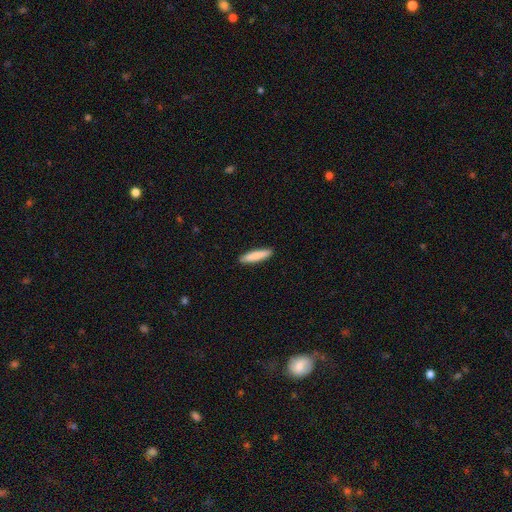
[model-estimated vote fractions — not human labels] The model was most divided on "how rounded": cigar-shaped: 85%, in between: 14%, round: 1%. More confident: merging — none (91%); smooth or featured — smooth (85%).